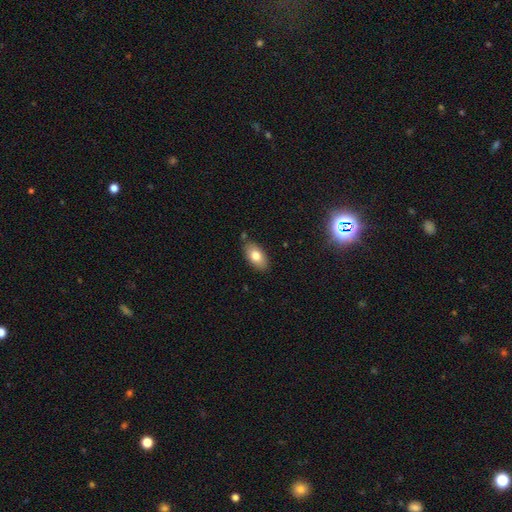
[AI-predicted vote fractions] The model was most divided on "smooth or featured": smooth: 78%, featured or disk: 15%, star or artifact: 8%. More confident: how rounded — in between (93%); merging — none (82%).